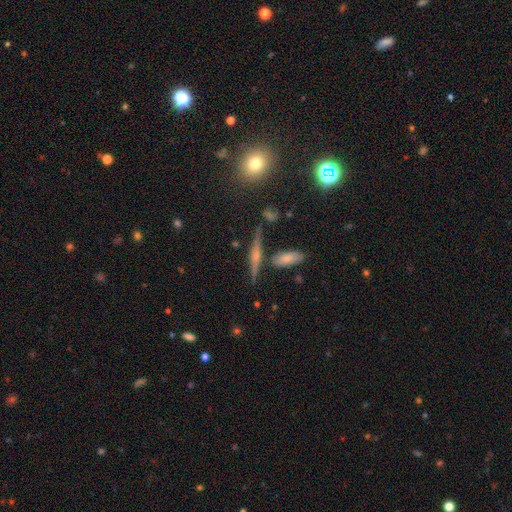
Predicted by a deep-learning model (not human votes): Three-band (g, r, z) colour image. It shows a featured or disk galaxy (66%) viewed edge-on (95%) with a rounded central bulge (73%). Merging: none (77%).